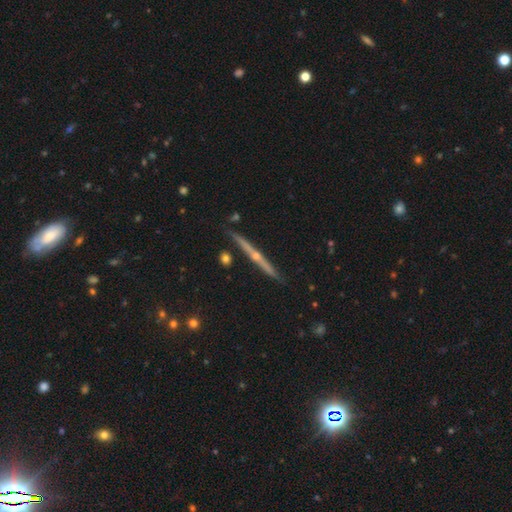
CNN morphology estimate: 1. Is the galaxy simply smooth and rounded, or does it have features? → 81% featured or disk, 13% smooth, 6% star or artifact.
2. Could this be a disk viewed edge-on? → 98% yes, 2% no.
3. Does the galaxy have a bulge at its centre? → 83% rounded, 14% none, 3% boxy.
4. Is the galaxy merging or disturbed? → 89% none, 8% minor disturbance, 2% merger, 1% major disturbance.